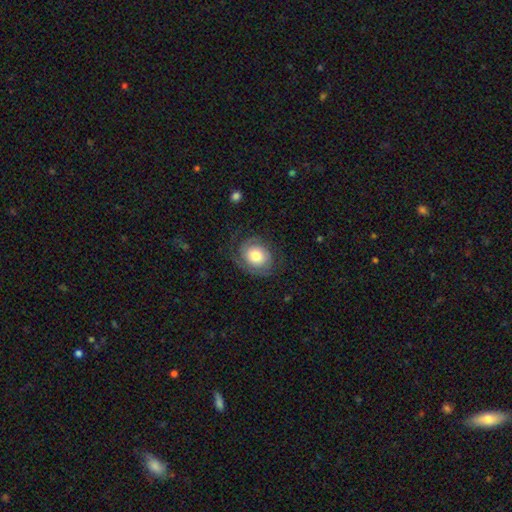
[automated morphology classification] A featured or disk galaxy (55%) with no bar (81%), spiral arms (84%) and a moderate central bulge (58%).

Vote fractions:
- Smooth or featured? featured or disk: 55% / smooth: 38% / star or artifact: 7%
- Edge-on disk? no: 97% / yes: 3%
- Bar? no: 81% / weak: 15% / strong: 3%
- Spiral arms? yes: 84% / no: 16%
- Bulge size? moderate: 58% / large: 25% / small: 12% / dominant: 4% / none: 2%
- Merging? none: 67% / minor disturbance: 17% / major disturbance: 14% / merger: 1%